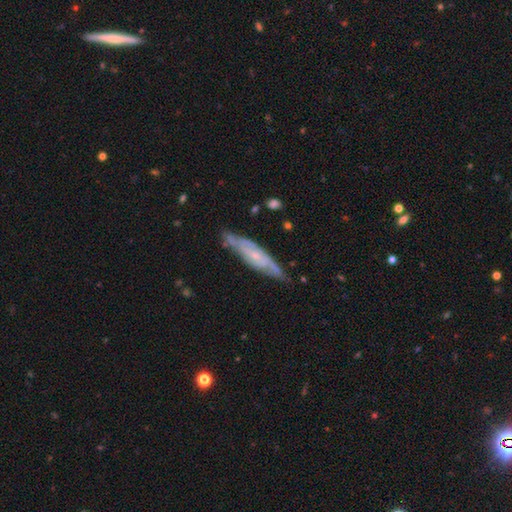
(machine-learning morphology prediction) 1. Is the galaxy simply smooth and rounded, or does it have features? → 71% featured or disk, 23% smooth, 6% star or artifact.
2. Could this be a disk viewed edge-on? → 59% no, 41% yes.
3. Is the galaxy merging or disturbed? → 74% none, 20% minor disturbance, 4% major disturbance, 2% merger.